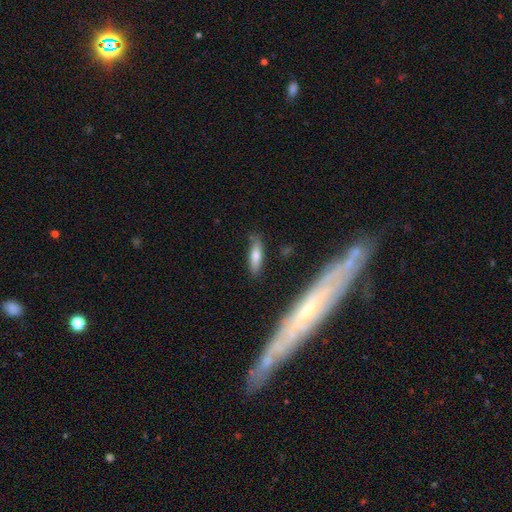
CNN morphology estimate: type=smooth (69%); roundness=cigar-shaped (56%); merging=none (82%).